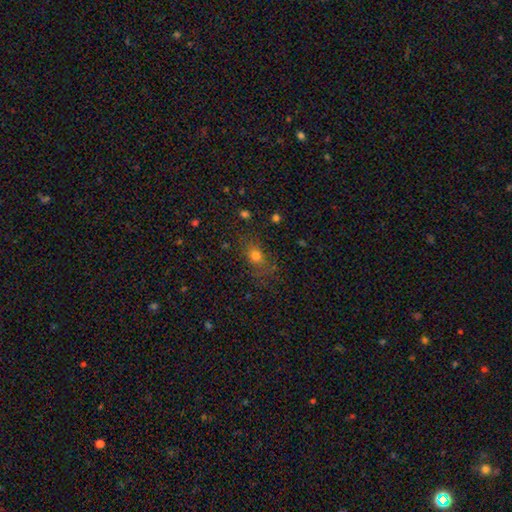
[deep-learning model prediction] Smooth or featured? smooth (71%)
How rounded? in between (51%)
Merging? none (67%)